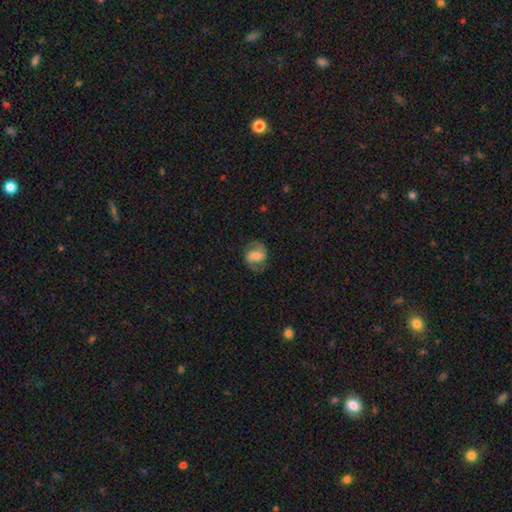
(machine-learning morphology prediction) Smooth or featured? Predicted: featured or disk (p=0.66). Edge-on disk? Predicted: no (p=0.97). Bar? Predicted: weak (p=0.42). Spiral arms? Predicted: yes (p=0.88). Spiral winding? Predicted: medium (p=0.51). Spiral arm count? Predicted: 2 (p=0.90). Bulge size? Predicted: moderate (p=0.47). Merging? Predicted: none (p=0.77).